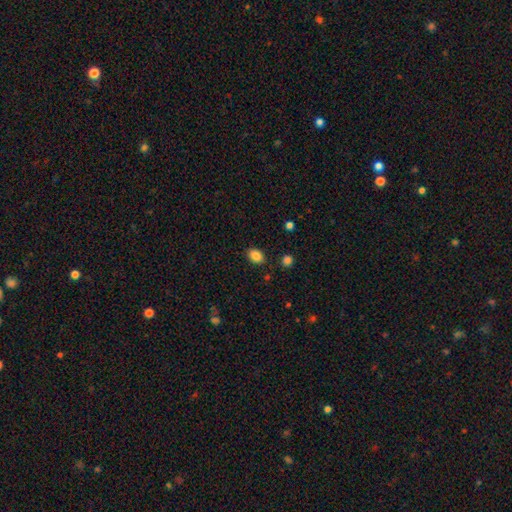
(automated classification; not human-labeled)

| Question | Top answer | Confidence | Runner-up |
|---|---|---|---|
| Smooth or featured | smooth | 87% | star or artifact (9%) |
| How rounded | in between | 77% | round (22%) |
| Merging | none | 85% | minor disturbance (10%) |